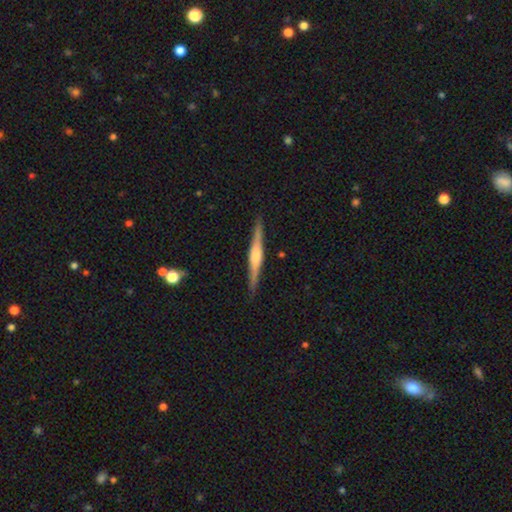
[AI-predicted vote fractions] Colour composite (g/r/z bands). It shows a featured or disk galaxy (74%) viewed edge-on (98%) with a rounded central bulge (63%). Merging: none (90%).